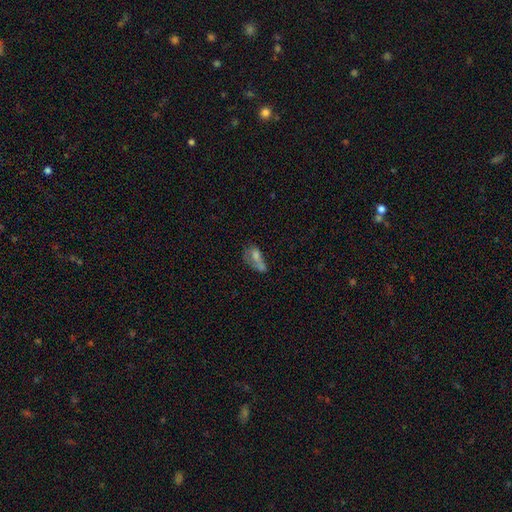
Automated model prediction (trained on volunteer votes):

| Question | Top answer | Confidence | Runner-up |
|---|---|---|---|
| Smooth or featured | smooth | 60% | featured or disk (27%) |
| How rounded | in between | 77% | cigar-shaped (13%) |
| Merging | merger | 30% | major disturbance (29%) |